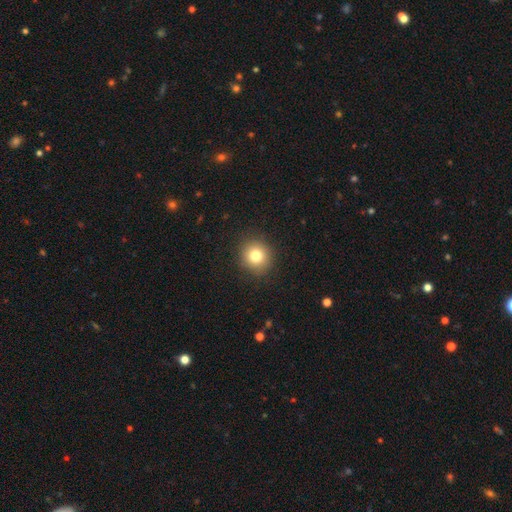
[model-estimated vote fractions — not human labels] smooth 80%, star or artifact 12%, featured or disk 9%. Down the decision tree: how rounded — round (90%); merging — none (90%).